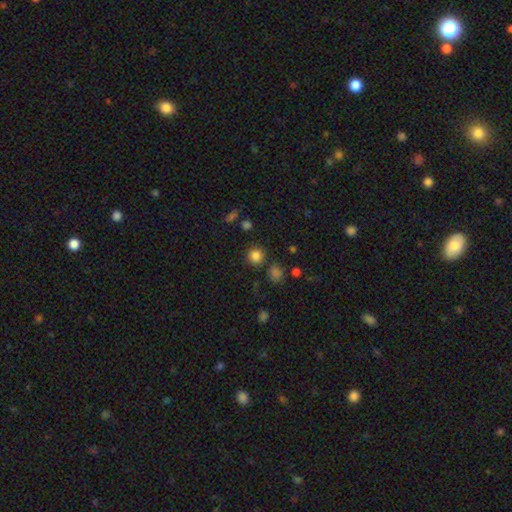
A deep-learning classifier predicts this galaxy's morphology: type=smooth (83%); roundness=round (92%); merging=none (84%).